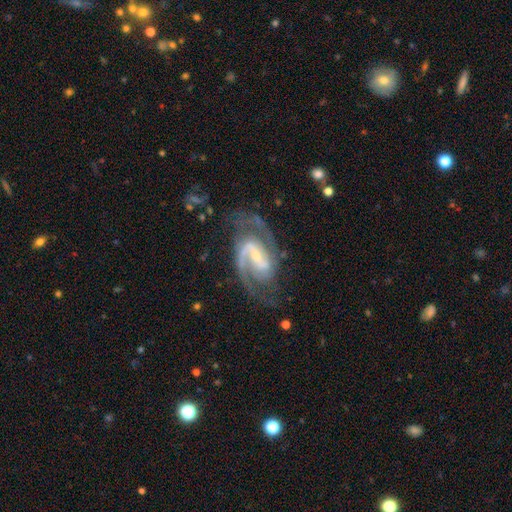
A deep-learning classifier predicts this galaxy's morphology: This is clearly a featured or disk galaxy (92%). It is clearly not viewed edge-on (97%). Bar: marginally strong (44%). Spiral arm pattern: clearly yes (98%). Spiral arm count: clearly 2 (88%). Spiral winding: possibly medium (59%). Central bulge: likely small (66%). Merging: likely none (70%).